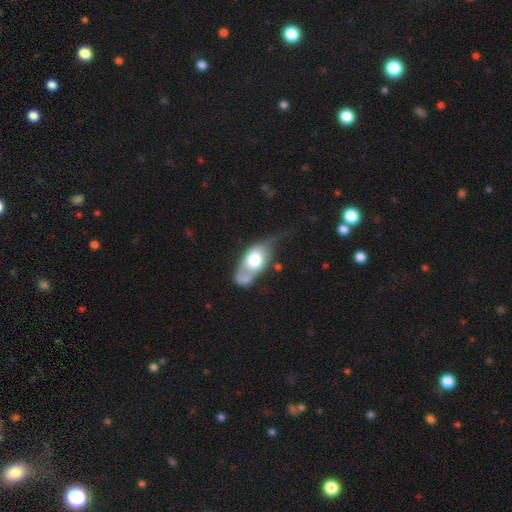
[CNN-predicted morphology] A smooth galaxy with no disk features (56%) that is in between round and cigar-shaped (83%).

Vote fractions:
- Smooth or featured? smooth: 56% / featured or disk: 38% / star or artifact: 6%
- How rounded? in between: 83% / round: 11% / cigar-shaped: 6%
- Merging? major disturbance: 31% / minor disturbance: 26% / merger: 23% / none: 21%